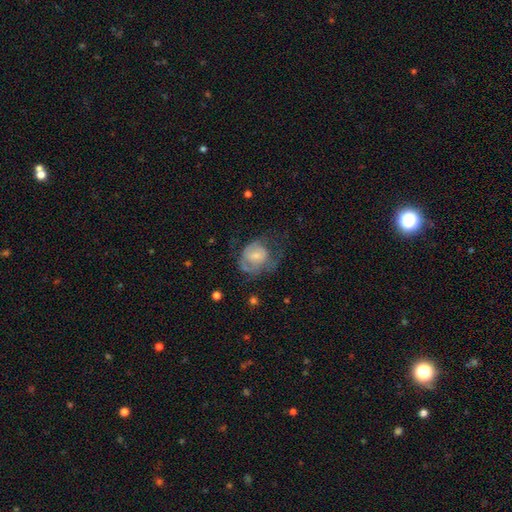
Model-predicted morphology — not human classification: featured or disk 49%, smooth 42%, star or artifact 8%. Down the decision tree: merging — major disturbance (39%).